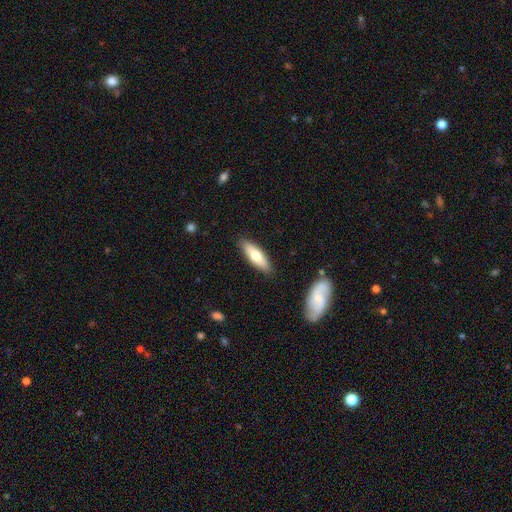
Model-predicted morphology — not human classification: Smooth or featured?
  - smooth: 66% *
  - featured or disk: 28%
  - star or artifact: 6%
How rounded?
  - cigar-shaped: 50% *
  - in between: 48%
  - round: 2%
Merging?
  - none: 87% *
  - minor disturbance: 9%
  - major disturbance: 2%
  - merger: 2%